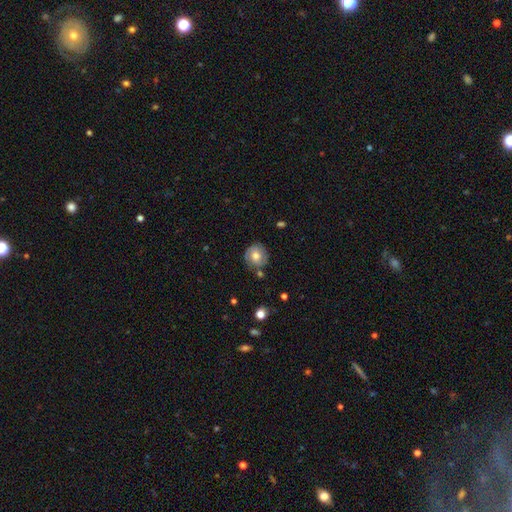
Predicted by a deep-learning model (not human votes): Overall: smooth (57%; featured or disk 34%). How rounded: round (87%). Merging: none (75%).